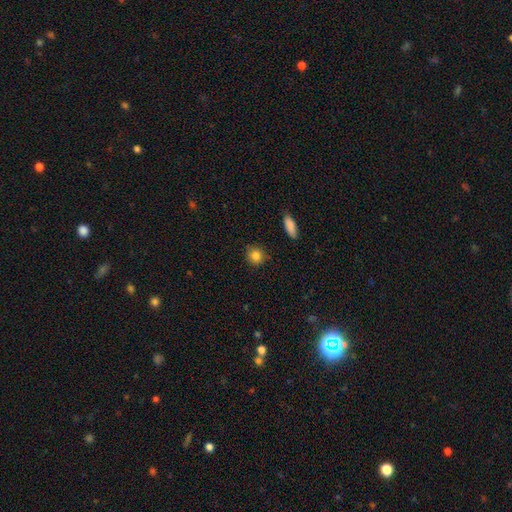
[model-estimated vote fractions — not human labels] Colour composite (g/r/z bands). It shows a smooth galaxy with no disk features (84%) that is round (85%). Merging: none (87%).